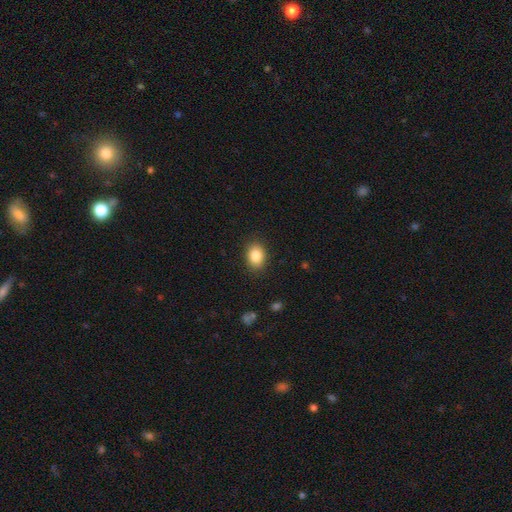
Volunteers were most divided on "merging": none: 74%, minor disturbance: 21%, major disturbance: 5%, merger: 0%. More confident: smooth or featured — smooth (88%); how rounded — in between (77%).